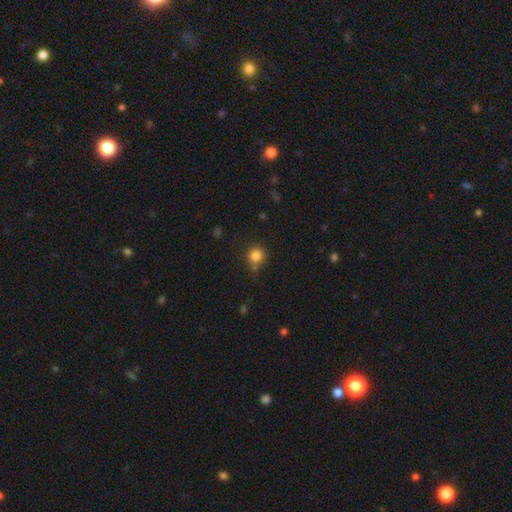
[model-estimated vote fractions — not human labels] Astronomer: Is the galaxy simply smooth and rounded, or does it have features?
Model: smooth — 82%.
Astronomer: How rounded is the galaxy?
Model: round — 89%.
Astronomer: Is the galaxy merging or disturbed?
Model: none — 68%.